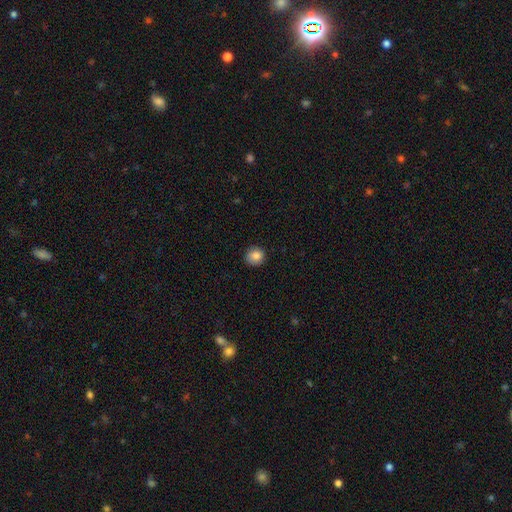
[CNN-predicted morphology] This appears to be a smooth galaxy with no disk features (85%) that is round (90%). Merging: none (88%).